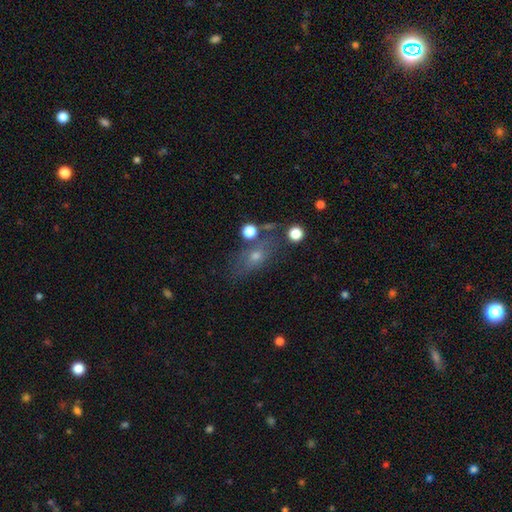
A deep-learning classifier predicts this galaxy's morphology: Smooth or featured? Predicted: smooth (p=0.48). Merging? Predicted: none (p=0.62).